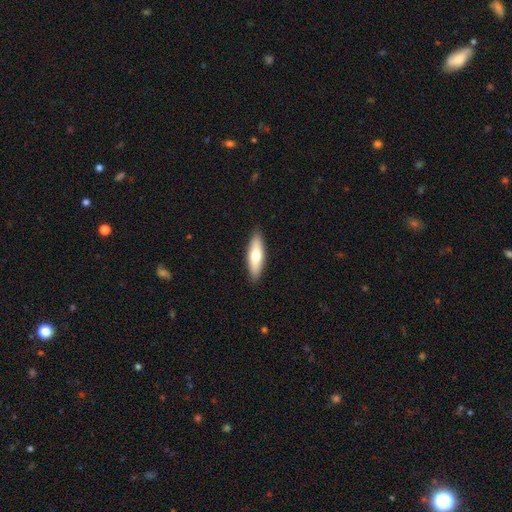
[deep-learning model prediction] smooth_or_featured: smooth (p=0.67) [alt: featured or disk p=0.28]
how_rounded: cigar-shaped (p=0.52) [alt: in between p=0.46]
merging: none (p=0.89) [alt: minor disturbance p=0.08]